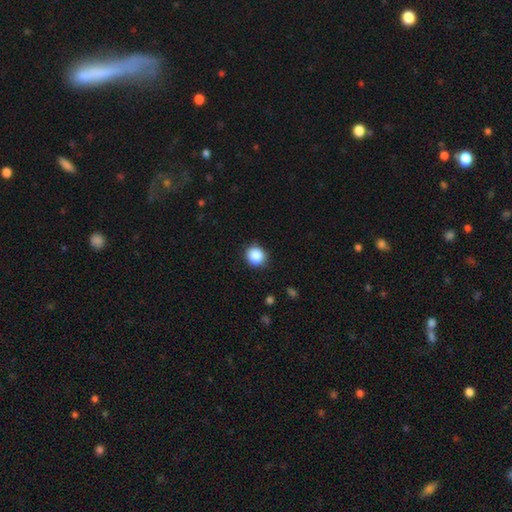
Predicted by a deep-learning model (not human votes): A smooth galaxy with no disk features (87%) that is round (87%). Merging: none (86%).